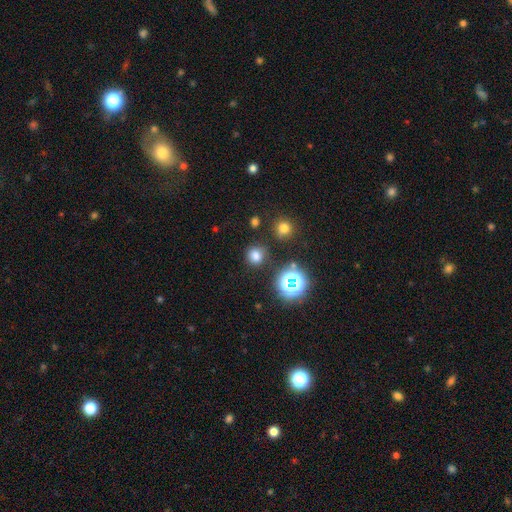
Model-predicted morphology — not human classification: The model was most divided on "smooth or featured": smooth: 70%, star or artifact: 24%, featured or disk: 6%. More confident: how rounded — round (84%); merging — none (80%).